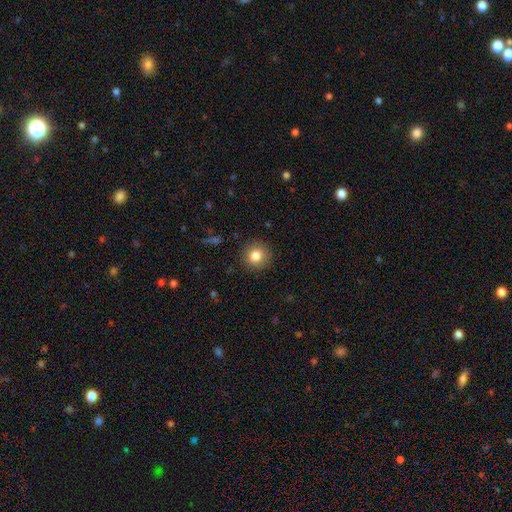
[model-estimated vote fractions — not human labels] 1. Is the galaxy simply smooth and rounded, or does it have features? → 83% smooth, 10% star or artifact, 7% featured or disk.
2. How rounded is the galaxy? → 91% round, 8% in between, 1% cigar-shaped.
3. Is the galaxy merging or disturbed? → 90% none, 7% minor disturbance, 2% major disturbance, 1% merger.